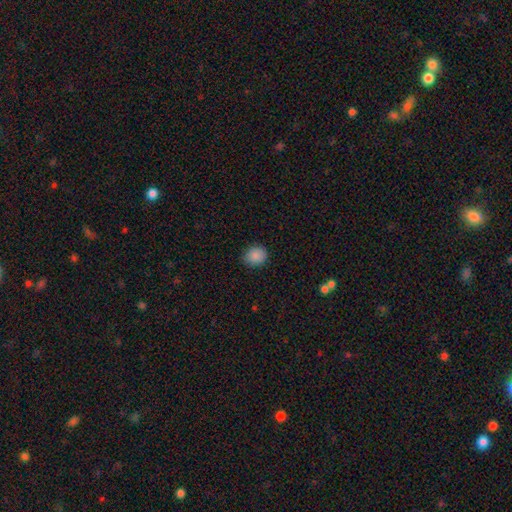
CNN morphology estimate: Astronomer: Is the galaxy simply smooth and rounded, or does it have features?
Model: smooth — 88%.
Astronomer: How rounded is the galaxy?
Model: round — 70%.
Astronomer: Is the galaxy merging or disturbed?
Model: none — 84%.